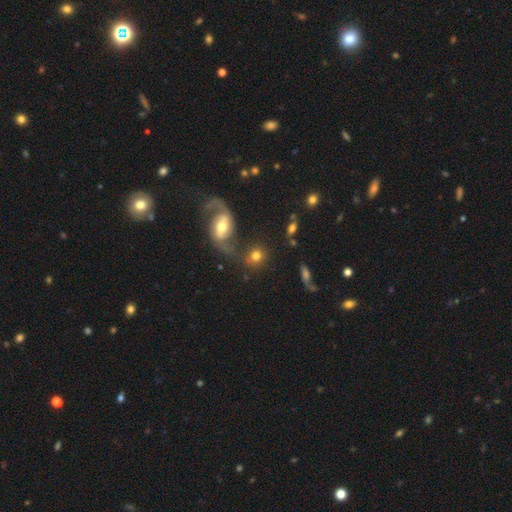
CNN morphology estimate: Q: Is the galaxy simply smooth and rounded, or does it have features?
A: smooth — 70%.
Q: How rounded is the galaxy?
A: round — 77%.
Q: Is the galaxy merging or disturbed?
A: none — 60%.